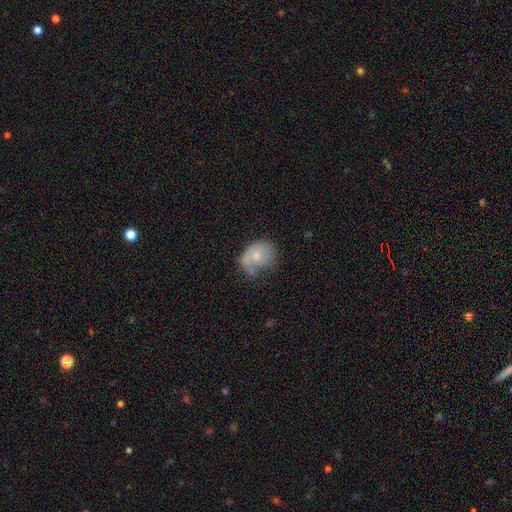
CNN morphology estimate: Smooth or featured? Predicted: smooth (p=0.65). How rounded? Predicted: in between (p=0.54). Merging? Predicted: none (p=0.35).